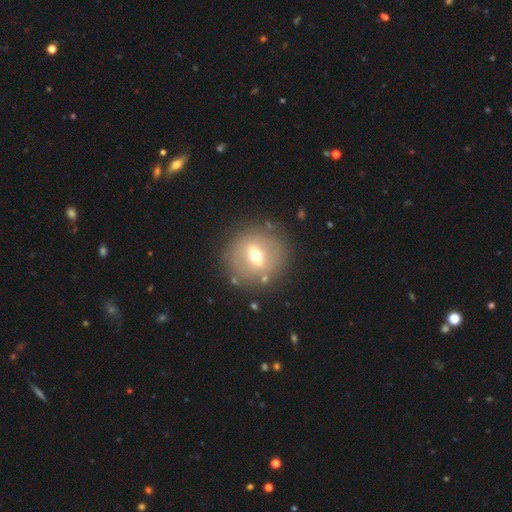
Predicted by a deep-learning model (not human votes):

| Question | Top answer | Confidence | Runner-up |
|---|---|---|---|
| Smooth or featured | featured or disk | 47% | smooth (43%) |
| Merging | none | 83% | minor disturbance (9%) |